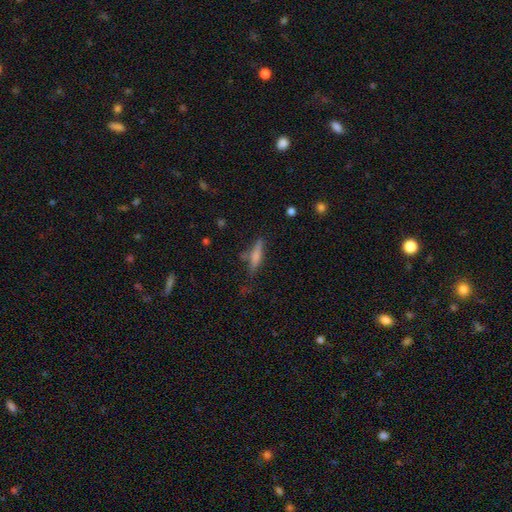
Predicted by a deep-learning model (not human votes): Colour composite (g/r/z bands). It shows a smooth galaxy with no disk features (58%) that is cigar-shaped (78%). Merging: none (71%).